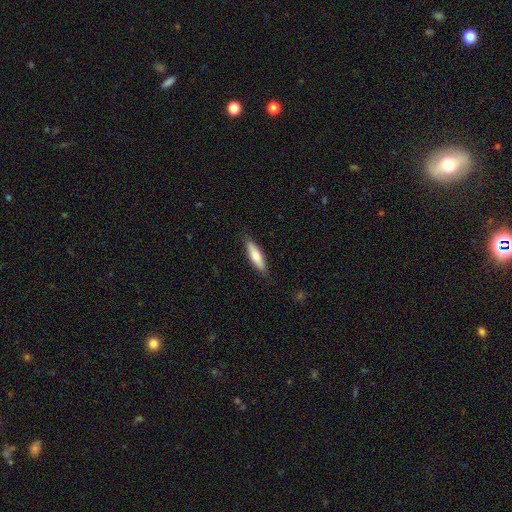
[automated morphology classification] Smooth or featured? smooth (72%)
How rounded? cigar-shaped (59%)
Merging? none (85%)